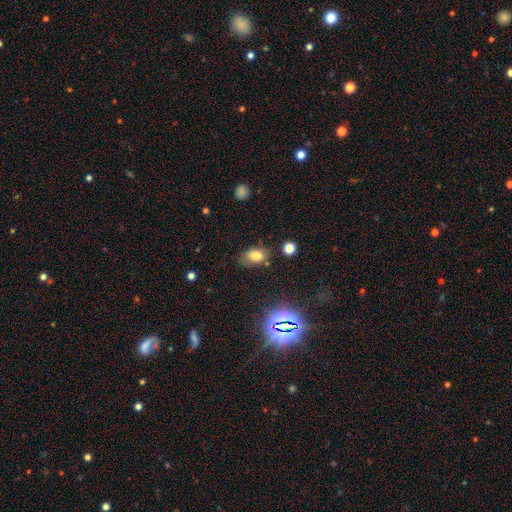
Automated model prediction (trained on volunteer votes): smooth 76%, star or artifact 15%, featured or disk 10%. Down the decision tree: how rounded — in between (86%); merging — none (67%).